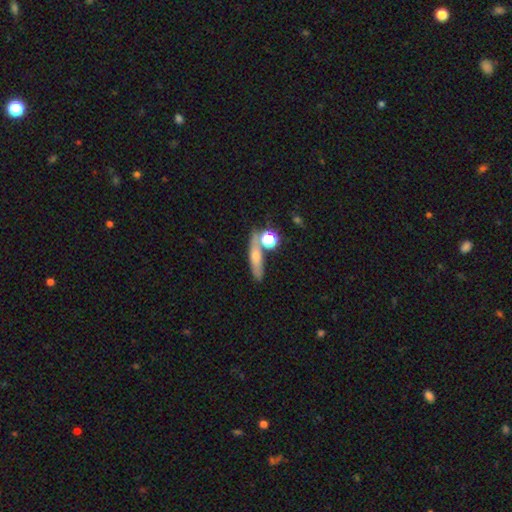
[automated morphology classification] Q: Smooth or featured?
A: smooth (52%); runner-up: featured or disk (31%)
Q: How rounded?
A: cigar-shaped (60%); runner-up: in between (25%)
Q: Merging?
A: none (65%); runner-up: merger (17%)